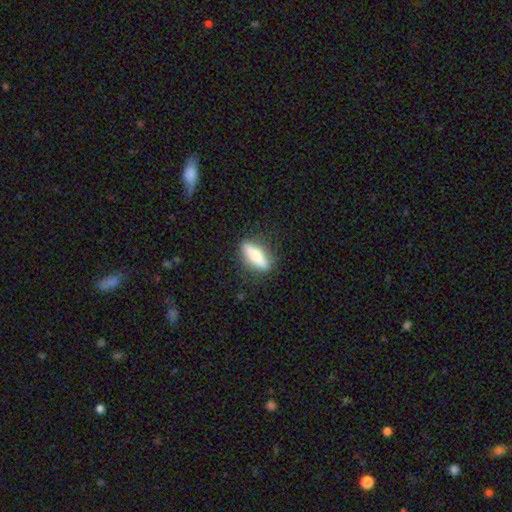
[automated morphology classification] A smooth galaxy with no disk features (57%) that is cigar-shaped (61%).

Vote fractions:
- Smooth or featured? smooth: 57% / featured or disk: 37% / star or artifact: 6%
- How rounded? cigar-shaped: 61% / in between: 36% / round: 3%
- Merging? none: 85% / minor disturbance: 10% / major disturbance: 3% / merger: 1%